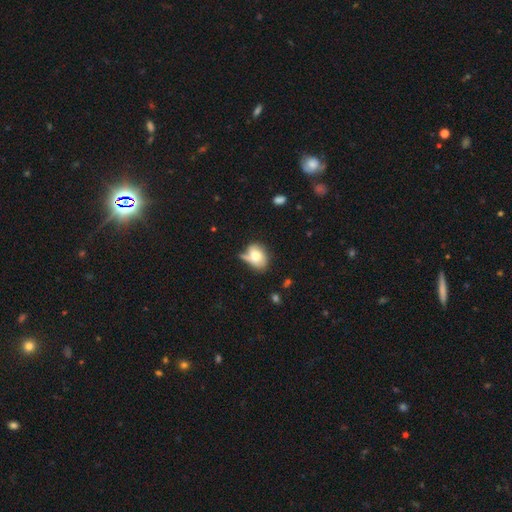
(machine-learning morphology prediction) smooth_or_featured: smooth (p=0.72) [alt: featured or disk p=0.19]
how_rounded: in between (p=0.70) [alt: round p=0.28]
merging: none (p=0.42) [alt: minor disturbance p=0.28]